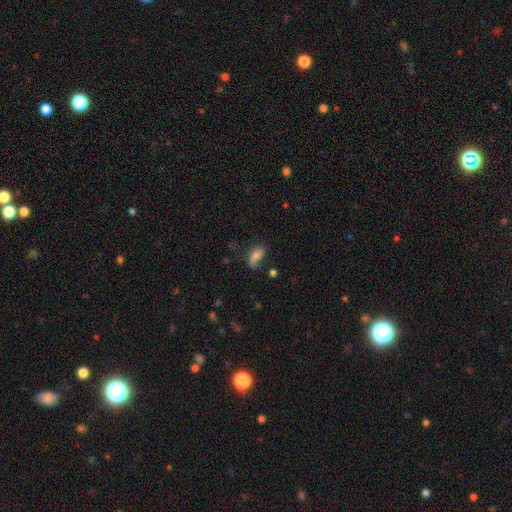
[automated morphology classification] Smooth or featured? smooth (73%)
How rounded? in between (88%)
Merging? none (58%)